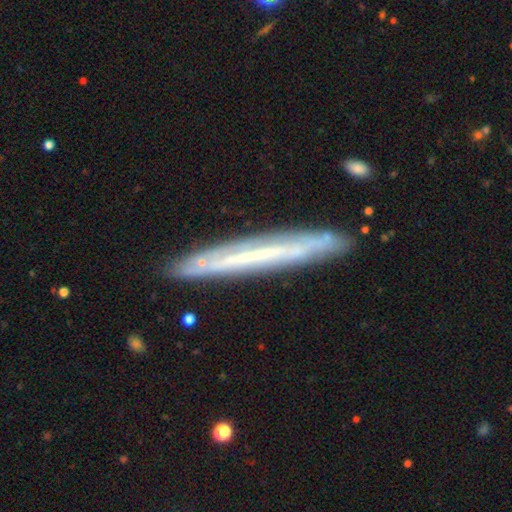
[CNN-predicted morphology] Q: Smooth or featured?
A: featured or disk (63%); runner-up: smooth (30%)
Q: Edge-on disk?
A: yes (87%); runner-up: no (13%)
Q: Edge-on bulge?
A: none (88%); runner-up: rounded (7%)
Q: Merging?
A: none (86%); runner-up: minor disturbance (11%)